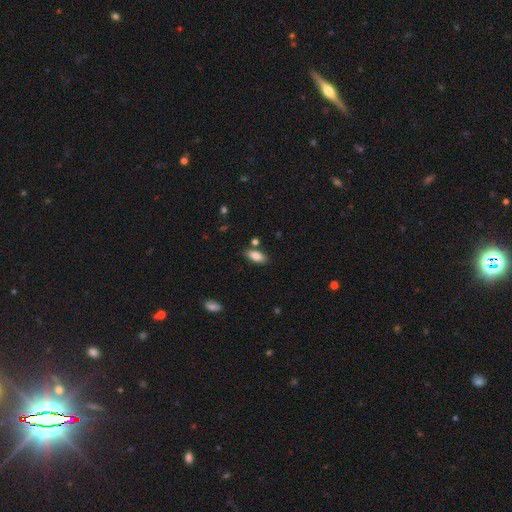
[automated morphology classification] Smooth or featured: smooth — 85% (featured or disk — 8%)
How rounded: in between — 88% (cigar-shaped — 9%)
Merging: none — 81% (minor disturbance — 11%)